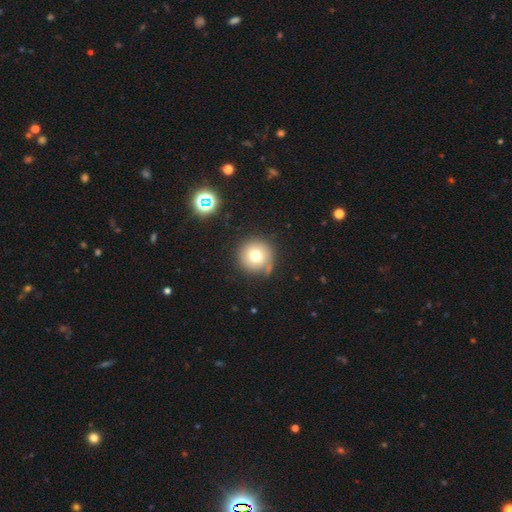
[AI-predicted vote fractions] Q: Smooth or featured?
A: smooth (72%); runner-up: featured or disk (14%)
Q: How rounded?
A: round (95%); runner-up: in between (4%)
Q: Merging?
A: none (77%); runner-up: minor disturbance (14%)